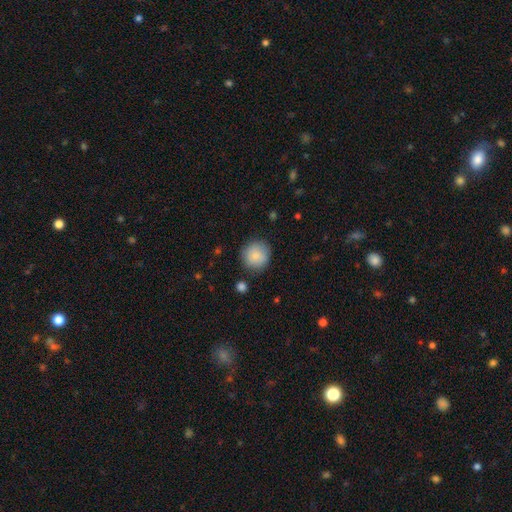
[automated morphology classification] Overall: smooth (85%). How rounded: round (91%). Merging: none (82%).